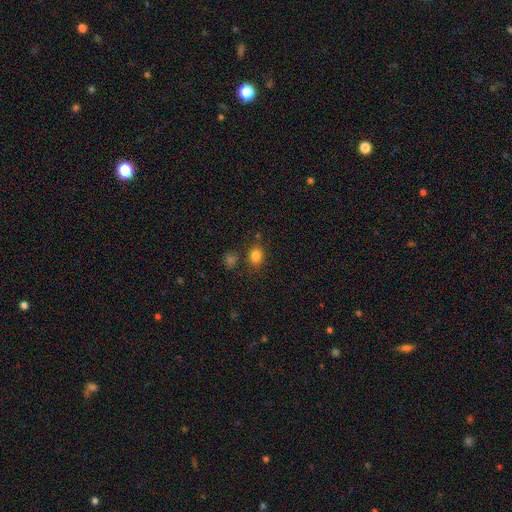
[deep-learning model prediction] Smooth or featured: smooth — 82% (star or artifact — 12%)
How rounded: round — 51% (in between — 48%)
Merging: none — 76% (minor disturbance — 12%)